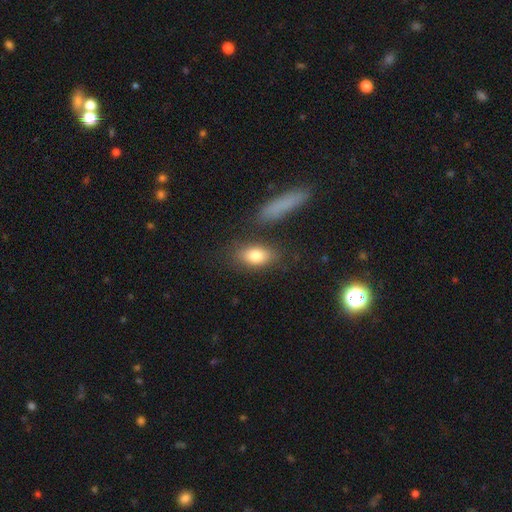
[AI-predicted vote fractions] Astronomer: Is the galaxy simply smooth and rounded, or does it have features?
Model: smooth — 79%.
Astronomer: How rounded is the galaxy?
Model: in between — 84%.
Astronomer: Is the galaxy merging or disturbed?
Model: none — 78%.